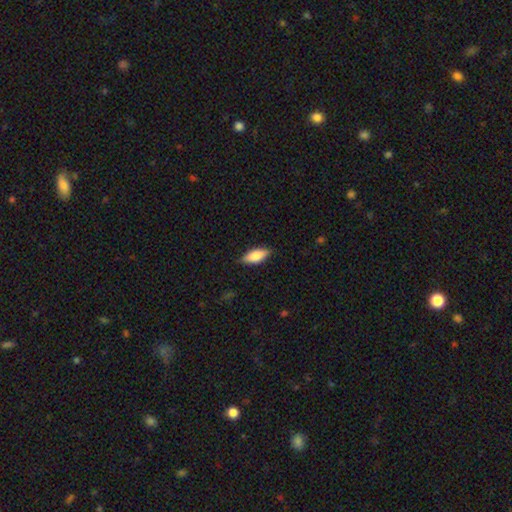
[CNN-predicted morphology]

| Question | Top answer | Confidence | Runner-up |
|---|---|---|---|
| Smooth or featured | smooth | 77% | featured or disk (17%) |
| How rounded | in between | 79% | cigar-shaped (18%) |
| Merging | none | 84% | minor disturbance (13%) |